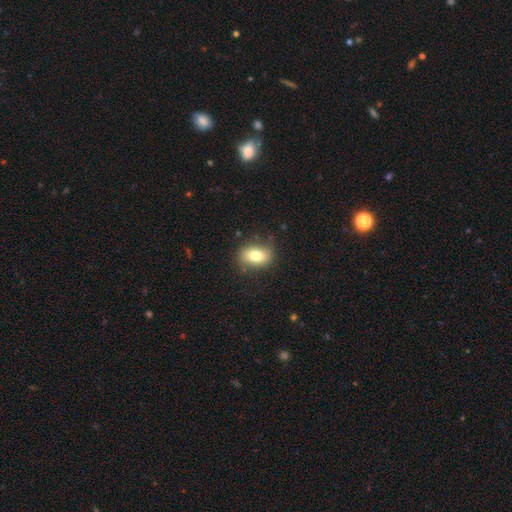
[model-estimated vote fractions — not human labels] smooth 77%, featured or disk 14%, star or artifact 9%. Down the decision tree: how rounded — in between (78%); merging — none (81%).